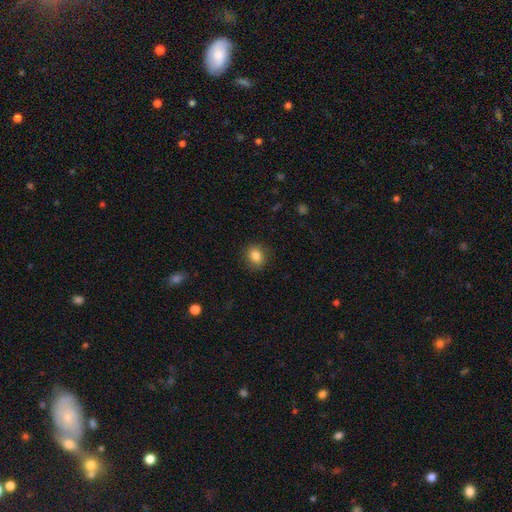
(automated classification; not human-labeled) Morphology: type=smooth (84%); roundness=round (56%); merging=none (87%).